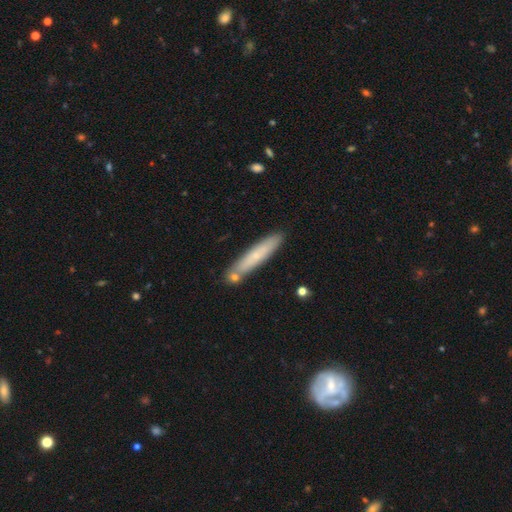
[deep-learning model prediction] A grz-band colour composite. It shows a smooth galaxy with no disk features (61%) that is cigar-shaped (92%). Merging: none (79%).